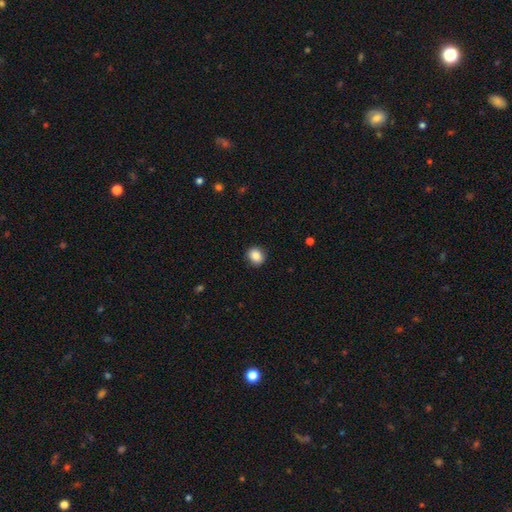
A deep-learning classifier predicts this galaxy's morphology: Smooth or featured: smooth — 87% (star or artifact — 9%)
How rounded: round — 72% (in between — 27%)
Merging: none — 89% (minor disturbance — 8%)